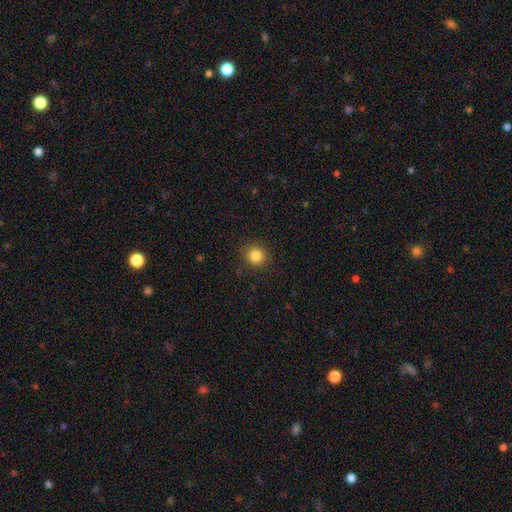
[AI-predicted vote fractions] Overall: smooth (84%). How rounded: round (91%). Merging: none (90%).